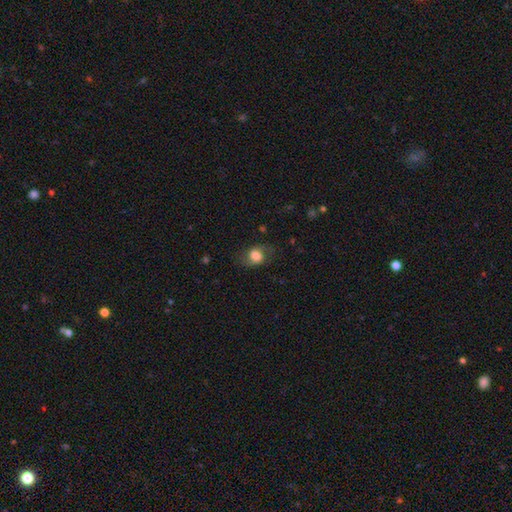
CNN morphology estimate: The model was most divided on "how rounded": in between: 60%, round: 39%, cigar-shaped: 2%. More confident: merging — none (67%); smooth or featured — smooth (67%).